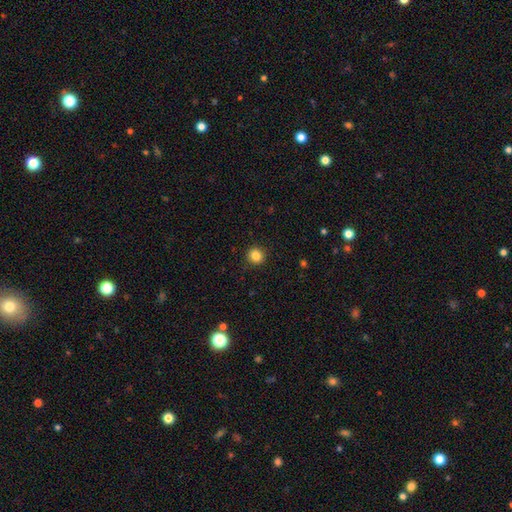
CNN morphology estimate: Q: Smooth or featured?
A: smooth (84%); runner-up: star or artifact (11%)
Q: How rounded?
A: round (92%); runner-up: in between (7%)
Q: Merging?
A: none (91%); runner-up: minor disturbance (6%)